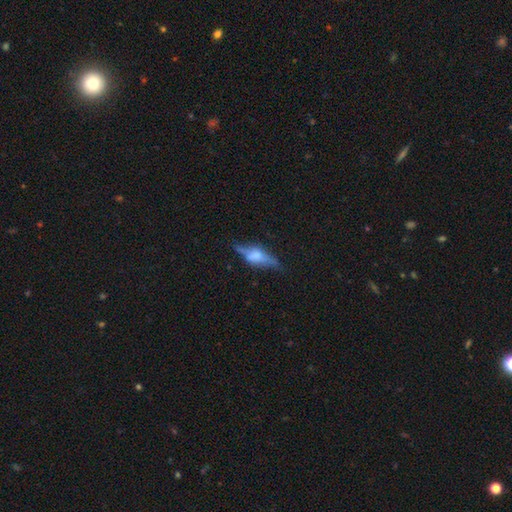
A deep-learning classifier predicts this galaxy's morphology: A featured or disk galaxy (61%) viewed edge-on (90%) with a rounded central bulge (74%). Merging: none (66%).